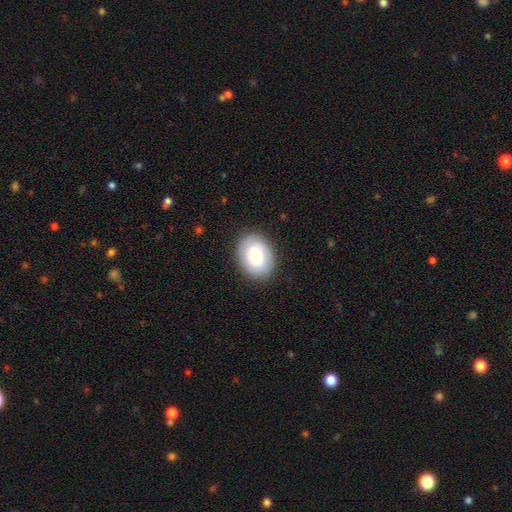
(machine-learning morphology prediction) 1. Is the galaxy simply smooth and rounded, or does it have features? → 79% smooth, 14% featured or disk, 7% star or artifact.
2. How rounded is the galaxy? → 68% in between, 31% round, 1% cigar-shaped.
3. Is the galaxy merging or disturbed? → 86% none, 10% minor disturbance, 3% major disturbance, 1% merger.